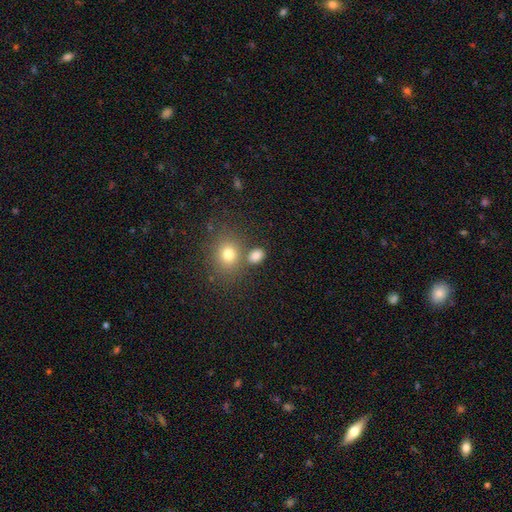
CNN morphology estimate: This appears to be a smooth galaxy with no disk features (81%) that is in between round and cigar-shaped (62%). Merging: none (68%).